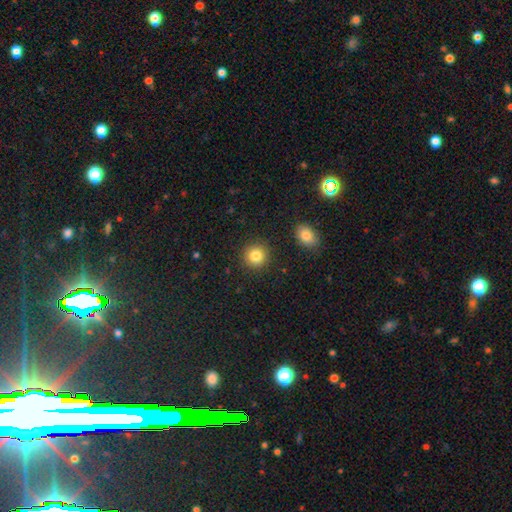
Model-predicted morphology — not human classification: smooth_or_featured: smooth (p=0.84) [alt: star or artifact p=0.10]
how_rounded: round (p=0.91) [alt: in between p=0.08]
merging: none (p=0.90) [alt: minor disturbance p=0.06]